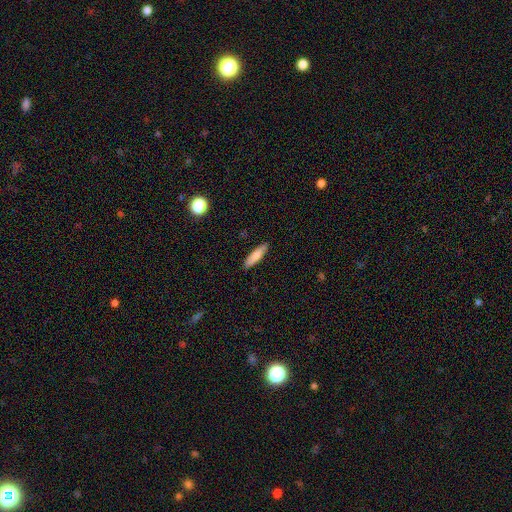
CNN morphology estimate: A smooth galaxy with no disk features (78%) that is cigar-shaped (73%).

Vote fractions:
- Smooth or featured? smooth: 78% / featured or disk: 16% / star or artifact: 6%
- How rounded? cigar-shaped: 73% / in between: 26% / round: 2%
- Merging? none: 88% / minor disturbance: 9% / major disturbance: 2% / merger: 1%